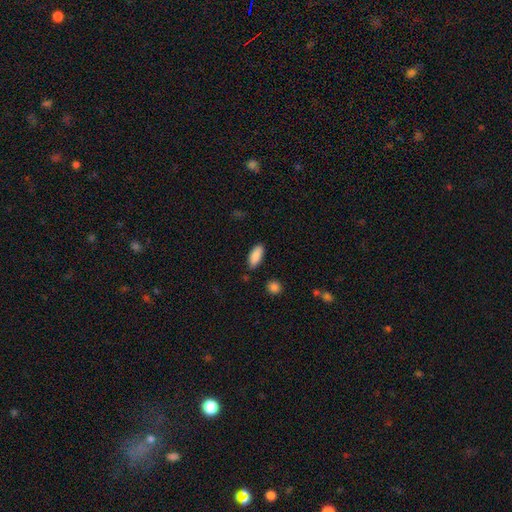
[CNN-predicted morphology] smooth_or_featured: smooth (p=0.89) [alt: star or artifact p=0.06]
how_rounded: in between (p=0.85) [alt: cigar-shaped p=0.13]
merging: none (p=0.85) [alt: minor disturbance p=0.10]